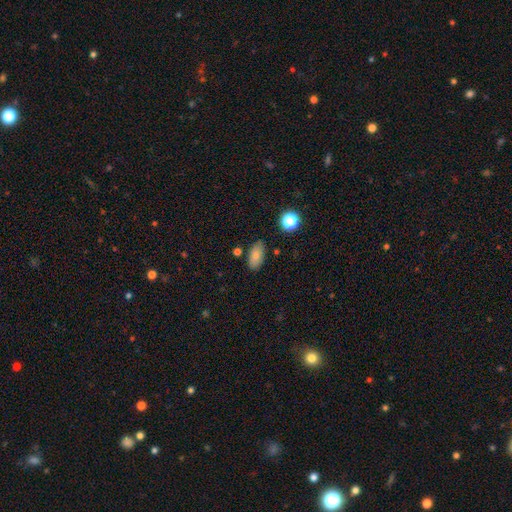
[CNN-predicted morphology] type=smooth (80%); roundness=in between (91%); merging=none (81%).